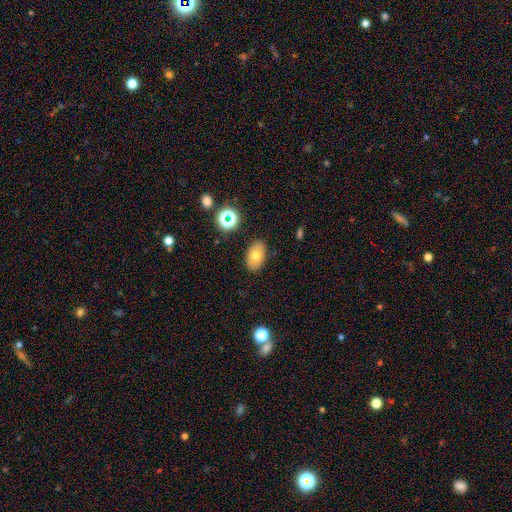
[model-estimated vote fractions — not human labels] smooth 71%, featured or disk 18%, star or artifact 11%. Down the decision tree: how rounded — in between (89%); merging — none (86%).